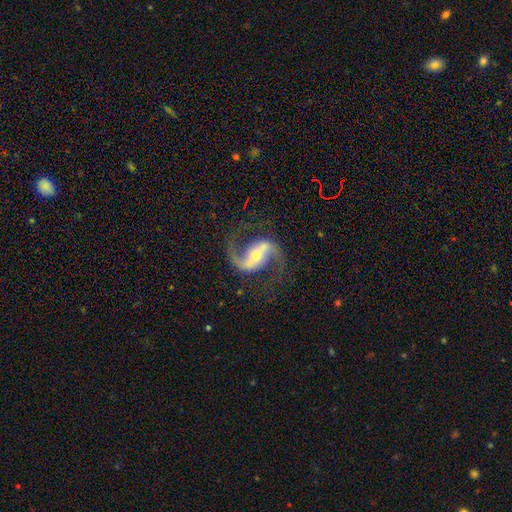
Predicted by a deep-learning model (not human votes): A featured or disk galaxy (92%) with a strong bar (53%), 2 (94%) loose (48%) spiral arms (98%) and a small central bulge (50%). Merging: none (80%).